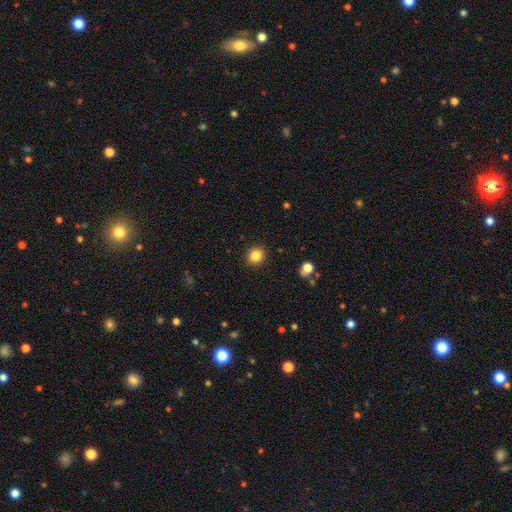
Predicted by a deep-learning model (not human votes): A smooth galaxy with no disk features (85%) that is round (83%).

Vote fractions:
- Smooth or featured? smooth: 85% / star or artifact: 11% / featured or disk: 4%
- How rounded? round: 83% / in between: 16% / cigar-shaped: 1%
- Merging? none: 91% / minor disturbance: 6% / major disturbance: 2% / merger: 1%